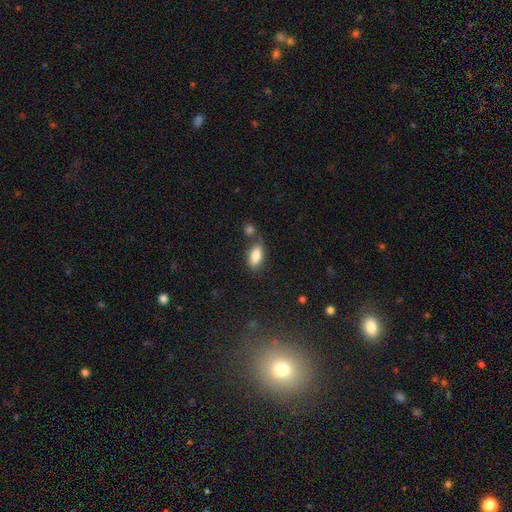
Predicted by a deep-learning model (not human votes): A smooth galaxy with no disk features (82%) that is in between round and cigar-shaped (88%).

Vote fractions:
- Smooth or featured? smooth: 82% / featured or disk: 11% / star or artifact: 8%
- How rounded? in between: 88% / cigar-shaped: 7% / round: 4%
- Merging? none: 64% / merger: 16% / minor disturbance: 15% / major disturbance: 4%